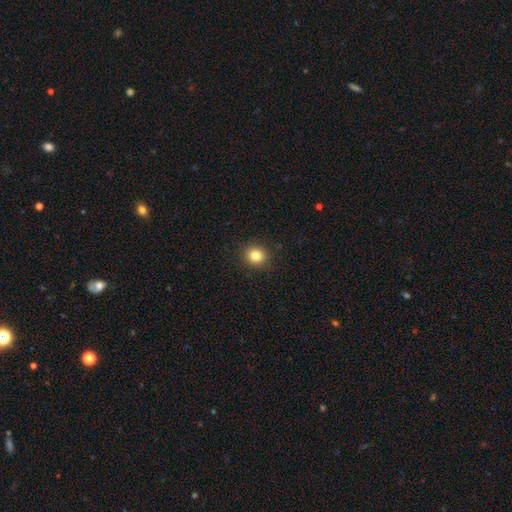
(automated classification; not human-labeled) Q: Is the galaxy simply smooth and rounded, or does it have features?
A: smooth — 83%.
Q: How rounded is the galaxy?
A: round — 85%.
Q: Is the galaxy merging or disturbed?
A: none — 91%.